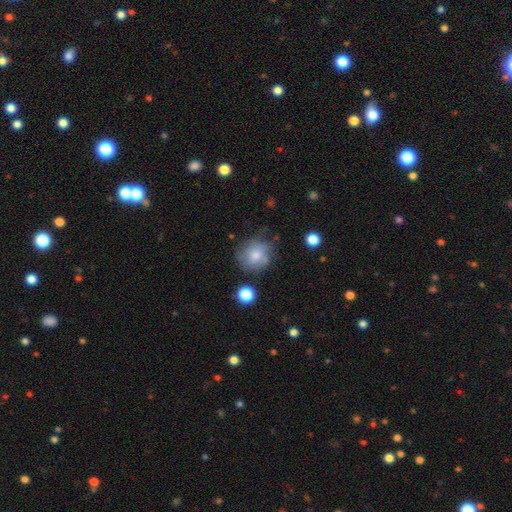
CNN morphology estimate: This is likely a smooth galaxy (76%). How rounded: clearly round (89%). Merging: likely none (68%).